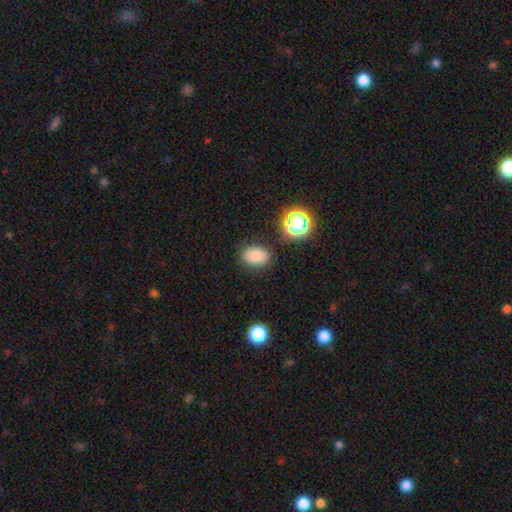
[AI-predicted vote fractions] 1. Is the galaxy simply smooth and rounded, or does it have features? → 77% smooth, 14% star or artifact, 9% featured or disk.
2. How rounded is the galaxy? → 72% in between, 27% round, 1% cigar-shaped.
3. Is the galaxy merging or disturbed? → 83% none, 11% minor disturbance, 3% major disturbance, 3% merger.